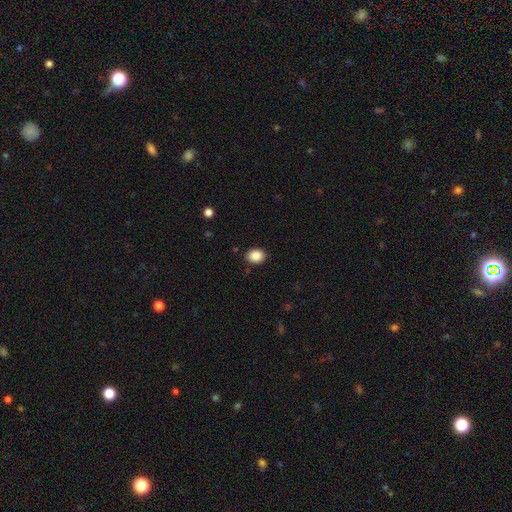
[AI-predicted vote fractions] Smooth or featured? smooth (88%)
How rounded? in between (52%)
Merging? none (88%)